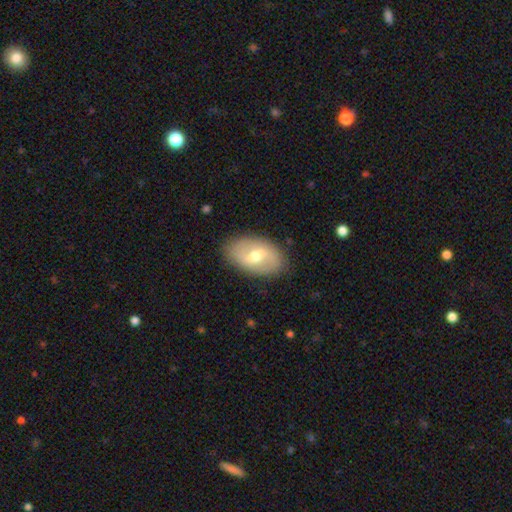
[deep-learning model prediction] Morphology: type=featured or disk (51%); edge-on=no (92%); merging=none (86%).